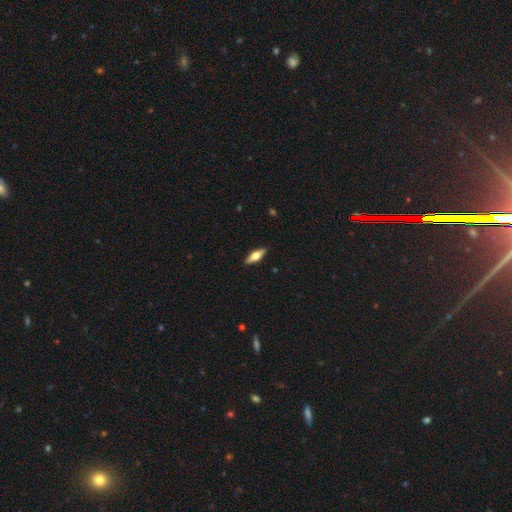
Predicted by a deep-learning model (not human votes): Smooth or featured? smooth (48%)
Merging? none (90%)